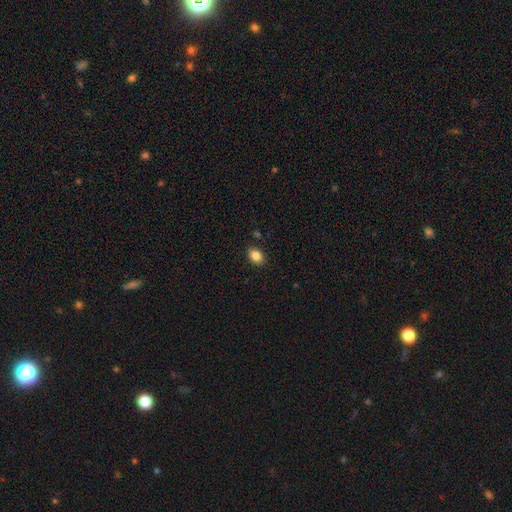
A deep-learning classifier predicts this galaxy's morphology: Smooth or featured?
  - smooth: 84% *
  - star or artifact: 10%
  - featured or disk: 6%
How rounded?
  - in between: 74% *
  - round: 25%
  - cigar-shaped: 1%
Merging?
  - none: 87% *
  - minor disturbance: 9%
  - major disturbance: 2%
  - merger: 2%